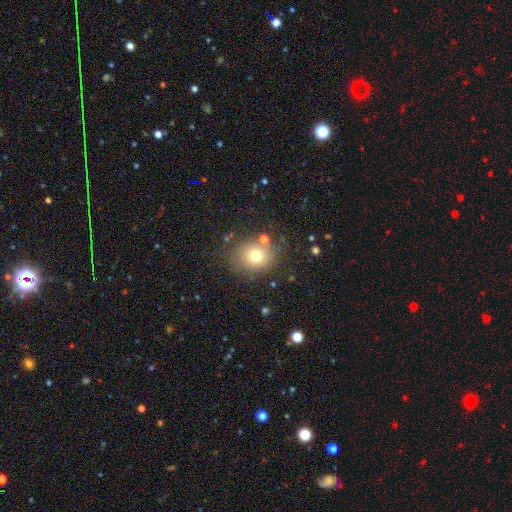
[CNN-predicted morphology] type=smooth (73%); roundness=round (71%); merging=none (77%).